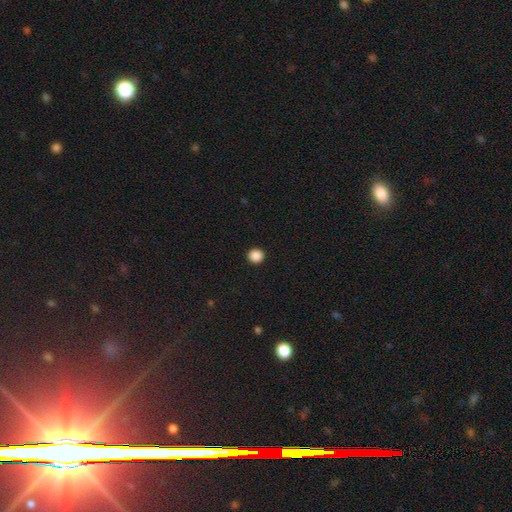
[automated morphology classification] Smooth or featured? Predicted: smooth (p=0.88). How rounded? Predicted: round (p=0.91). Merging? Predicted: none (p=0.93).